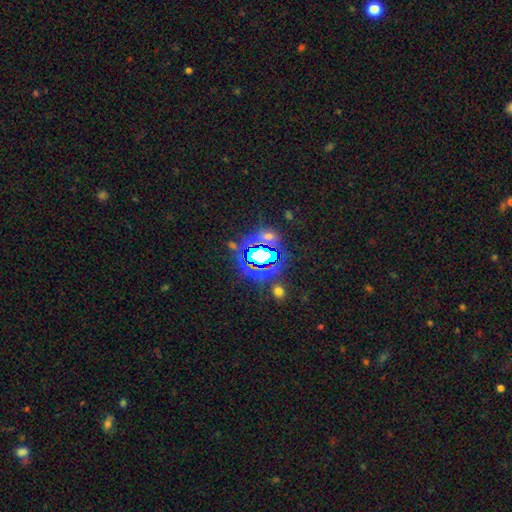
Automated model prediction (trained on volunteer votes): smooth_or_featured: star or artifact (p=0.74) [alt: smooth p=0.15]